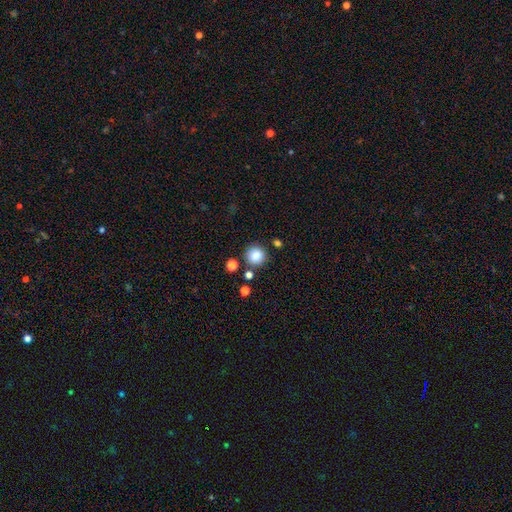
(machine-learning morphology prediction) A smooth galaxy with no disk features (84%) that is round (94%).

Vote fractions:
- Smooth or featured? smooth: 84% / star or artifact: 11% / featured or disk: 5%
- How rounded? round: 94% / in between: 5% / cigar-shaped: 1%
- Merging? none: 85% / minor disturbance: 8% / merger: 5% / major disturbance: 3%